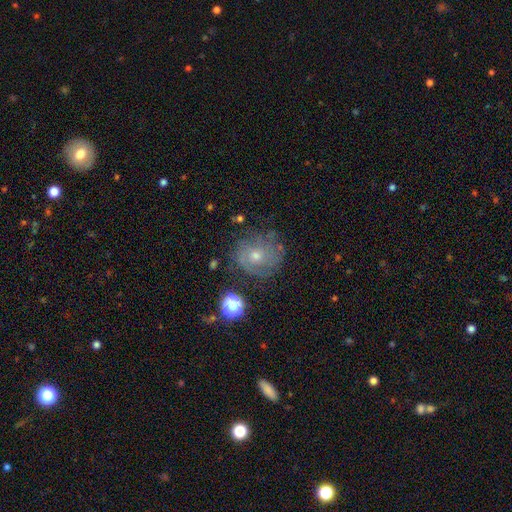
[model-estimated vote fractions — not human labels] featured or disk 65%, smooth 21%, star or artifact 14%. Down the decision tree: edge-on disk — no (97%); bar — no (81%); spiral arms — yes (84%); spiral arm count — can't tell (49%); spiral winding — tight (67%); bulge size — moderate (49%); merging — none (73%).